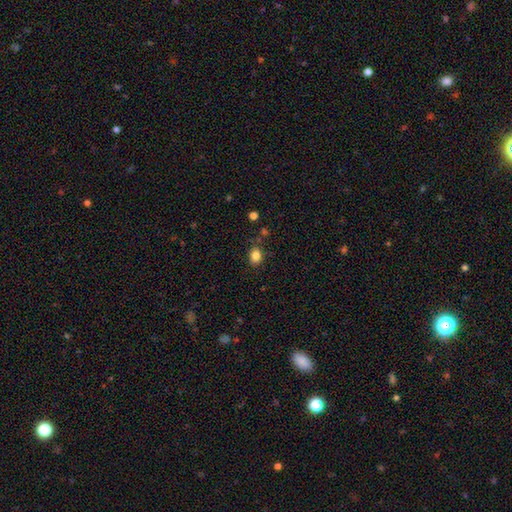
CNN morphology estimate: smooth 84%, star or artifact 11%, featured or disk 5%. Down the decision tree: how rounded — in between (62%); merging — none (79%).